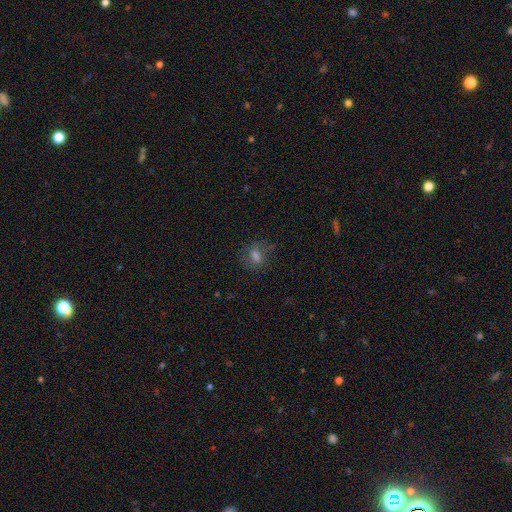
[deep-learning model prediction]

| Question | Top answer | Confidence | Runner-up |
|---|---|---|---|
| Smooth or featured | smooth | 63% | star or artifact (21%) |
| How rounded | in between | 51% | round (46%) |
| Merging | none | 74% | minor disturbance (16%) |